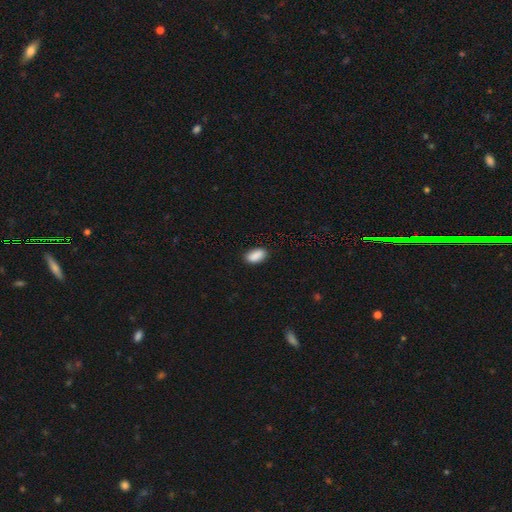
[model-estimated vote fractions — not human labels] The model was most divided on "merging": none: 88%, minor disturbance: 9%, major disturbance: 2%, merger: 1%. More confident: how rounded — in between (92%); smooth or featured — smooth (90%).